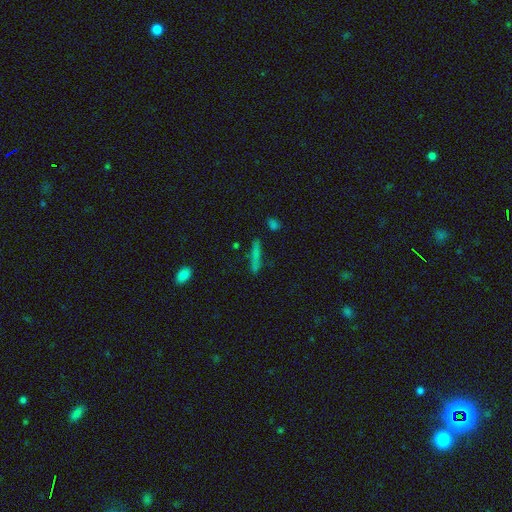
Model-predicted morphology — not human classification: This appears to be a smooth galaxy with no disk features (67%) that is cigar-shaped (91%). Merging: none (82%).